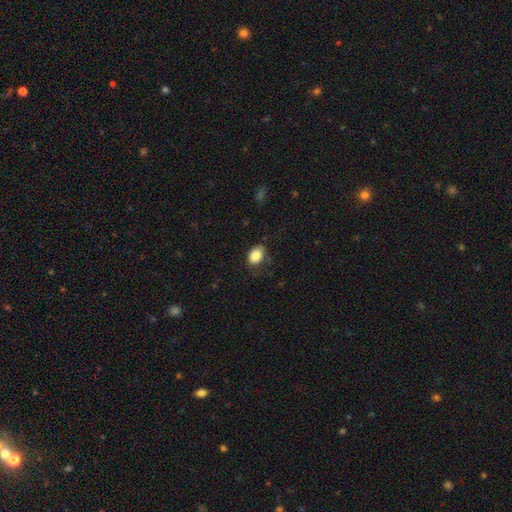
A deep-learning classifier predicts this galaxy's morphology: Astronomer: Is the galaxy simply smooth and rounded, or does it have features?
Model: smooth — 87%.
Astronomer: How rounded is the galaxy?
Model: in between — 78%.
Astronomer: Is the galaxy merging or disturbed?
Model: none — 68%.